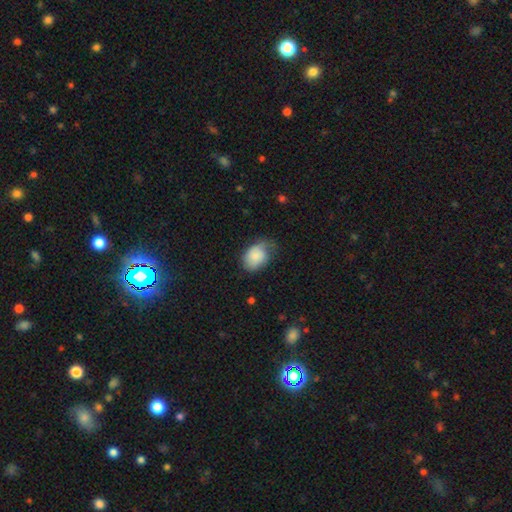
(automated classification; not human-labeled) Morphology: type=smooth (78%); roundness=in between (74%); merging=minor disturbance (40%).